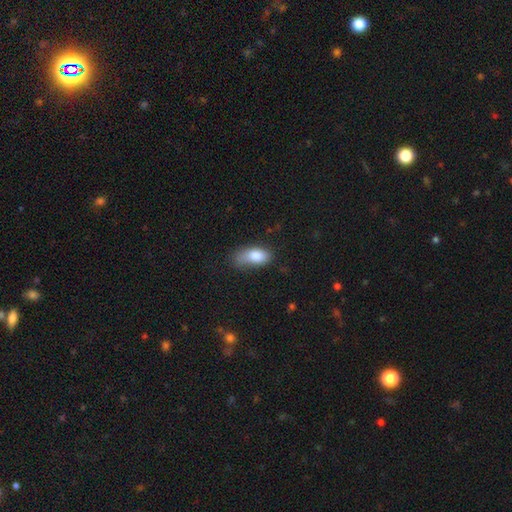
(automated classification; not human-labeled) Smooth or featured: smooth — 82% (featured or disk — 11%)
How rounded: in between — 89% (cigar-shaped — 7%)
Merging: none — 39% (tied with minor disturbance — 39%)